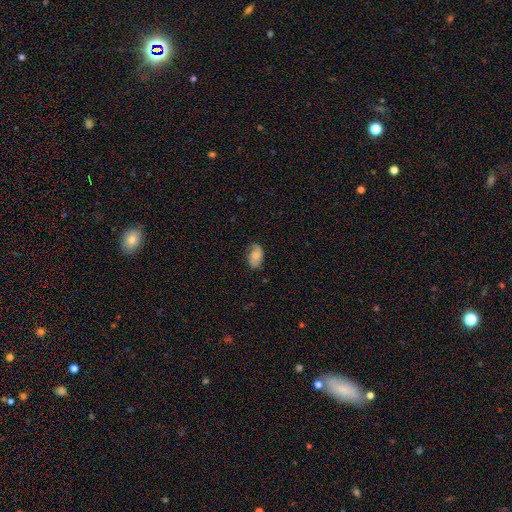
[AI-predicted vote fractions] This is possibly a smooth galaxy (57%). How rounded: clearly in between (90%). Merging: likely none (69%).